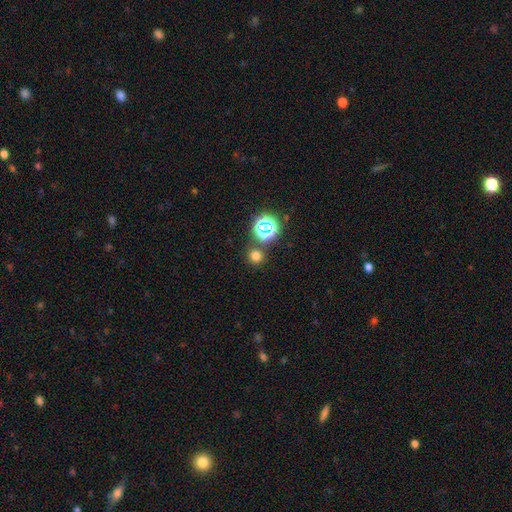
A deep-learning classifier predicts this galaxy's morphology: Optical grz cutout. It shows a smooth galaxy with no disk features (68%) that is round (90%). Merging: none (79%).